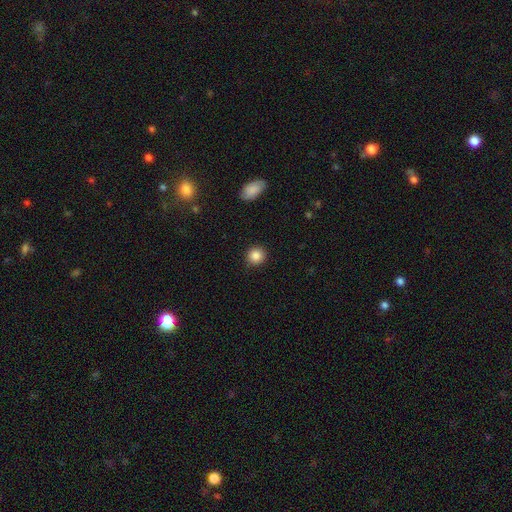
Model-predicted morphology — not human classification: Smooth or featured?
  - smooth: 86% *
  - star or artifact: 10%
  - featured or disk: 4%
How rounded?
  - round: 91% *
  - in between: 8%
  - cigar-shaped: 1%
Merging?
  - none: 89% *
  - minor disturbance: 7%
  - major disturbance: 2%
  - merger: 1%